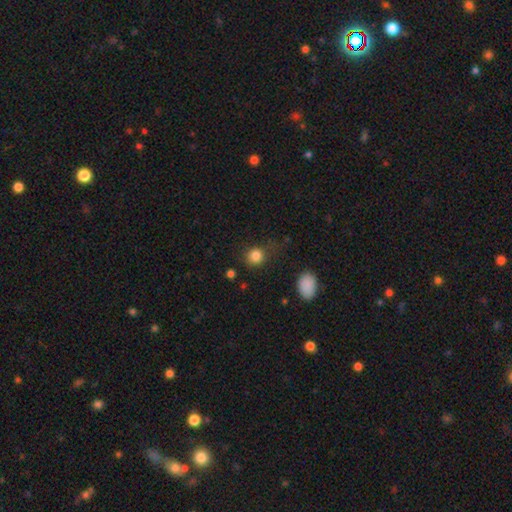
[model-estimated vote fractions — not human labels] Morphology: type=smooth (84%); roundness=round (81%); merging=none (74%).